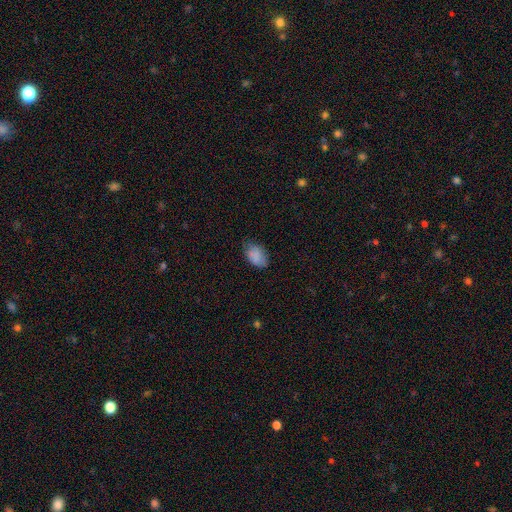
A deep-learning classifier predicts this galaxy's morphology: type=smooth (85%); roundness=in between (89%); merging=none (69%).